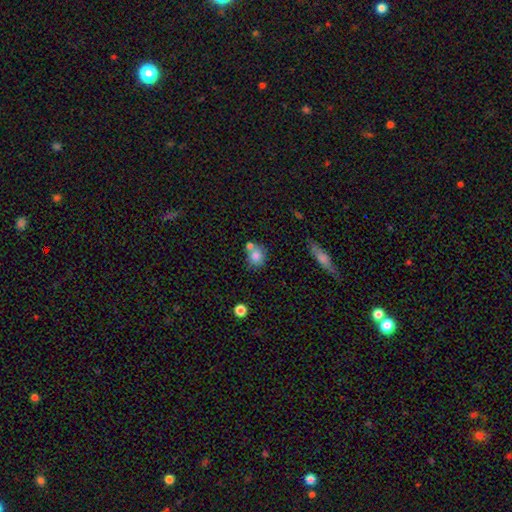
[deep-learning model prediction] A smooth galaxy with no disk features (81%) that is round (75%). Merging: none (52%).